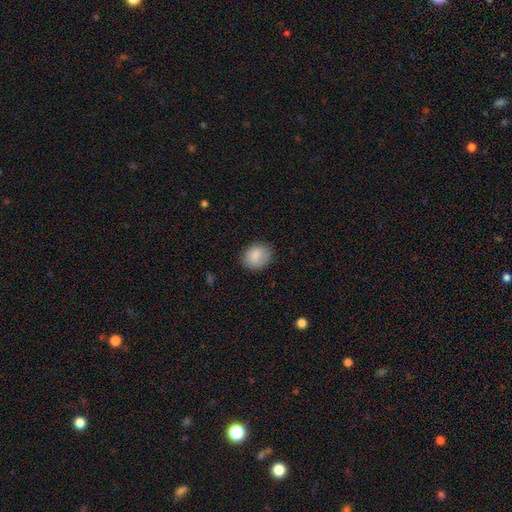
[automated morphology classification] Overall: smooth (86%). How rounded: round (60%; in between 39%). Merging: none (83%).